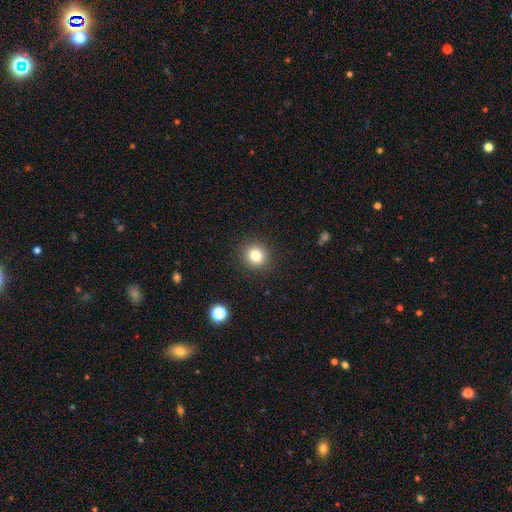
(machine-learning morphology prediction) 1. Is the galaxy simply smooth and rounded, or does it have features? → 81% smooth, 12% star or artifact, 7% featured or disk.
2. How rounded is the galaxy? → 84% round, 15% in between, 1% cigar-shaped.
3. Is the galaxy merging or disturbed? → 90% none, 6% minor disturbance, 2% major disturbance, 1% merger.